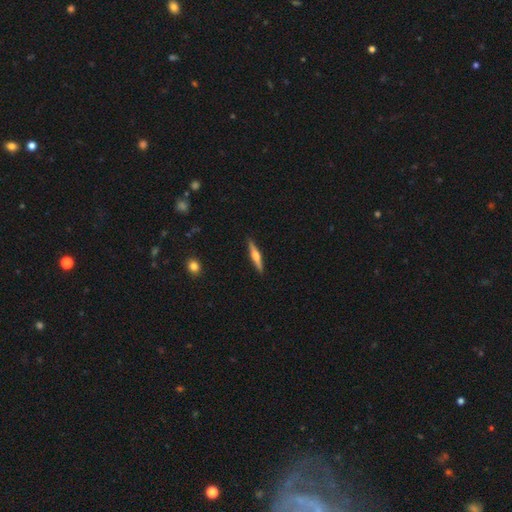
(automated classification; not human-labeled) smooth-or-featured: featured or disk: 58% | smooth: 36% | star or artifact: 5%
  disk-edge-on: yes: 97% | no: 3%
    edge-on-bulge: rounded: 88% | boxy: 6% | none: 5%
  merging: none: 91% | minor disturbance: 6% | major disturbance: 1% | merger: 1%